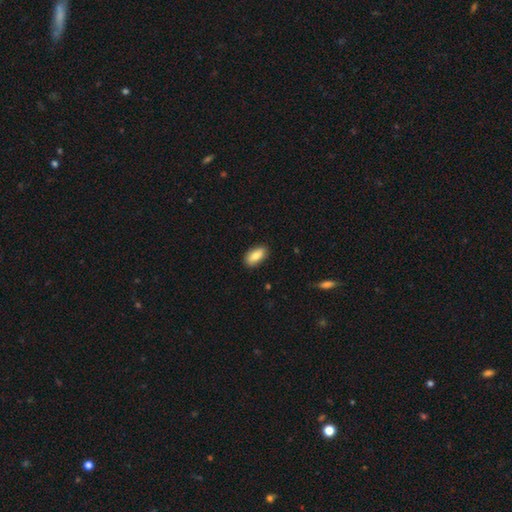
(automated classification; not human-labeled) A smooth galaxy with no disk features (82%) that is in between round and cigar-shaped (91%). Merging: none (87%).